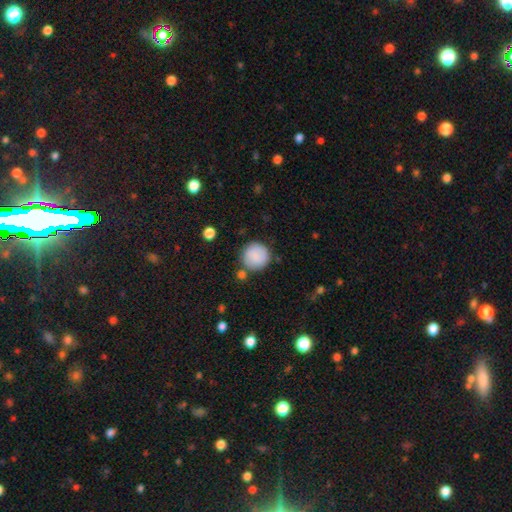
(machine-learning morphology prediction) The model was most divided on "merging": none: 79%, minor disturbance: 11%, merger: 6%, major disturbance: 4%. More confident: how rounded — round (94%); smooth or featured — smooth (87%).